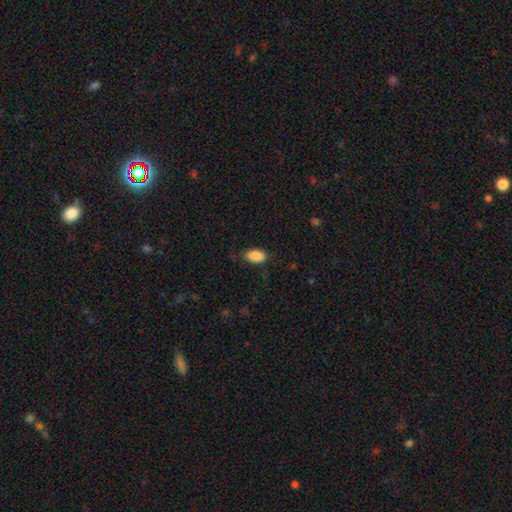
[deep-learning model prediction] smooth-or-featured: smooth: 89% | star or artifact: 7% | featured or disk: 4%
  how-rounded: in between: 92% | round: 6% | cigar-shaped: 2%
  merging: none: 77% | minor disturbance: 18% | major disturbance: 4% | merger: 1%